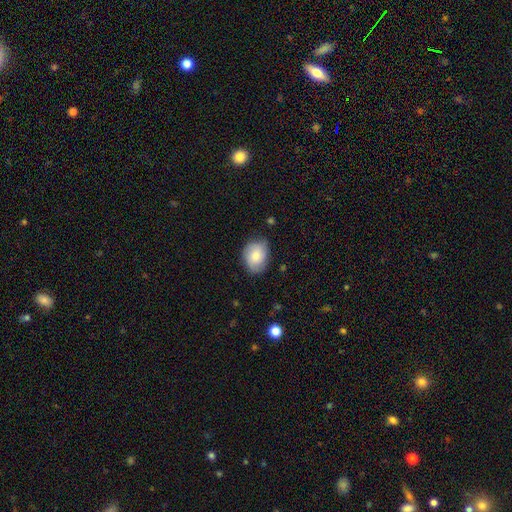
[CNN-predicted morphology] Smooth or featured? Predicted: smooth (p=0.75). How rounded? Predicted: in between (p=0.58). Merging? Predicted: none (p=0.74).